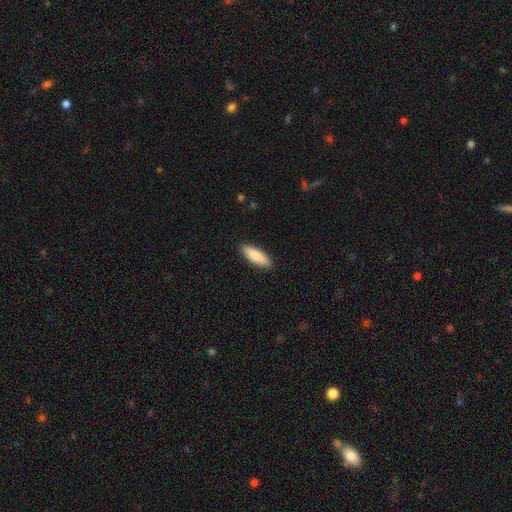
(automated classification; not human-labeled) The model was most divided on "how rounded": cigar-shaped: 50%, in between: 49%, round: 2%. More confident: merging — none (90%); smooth or featured — smooth (86%).